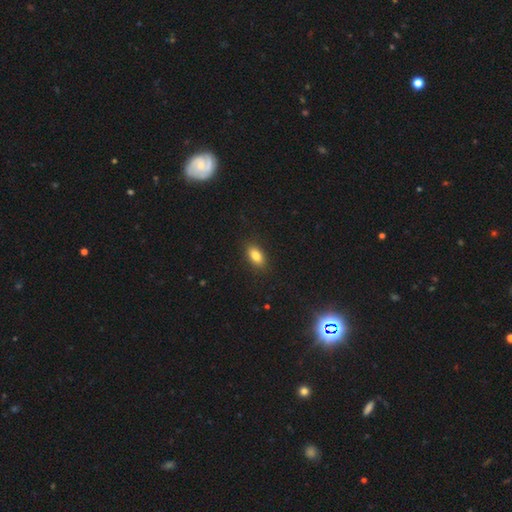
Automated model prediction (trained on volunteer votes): This appears to be a smooth galaxy with no disk features (83%) that is in between round and cigar-shaped (88%). Merging: none (87%).